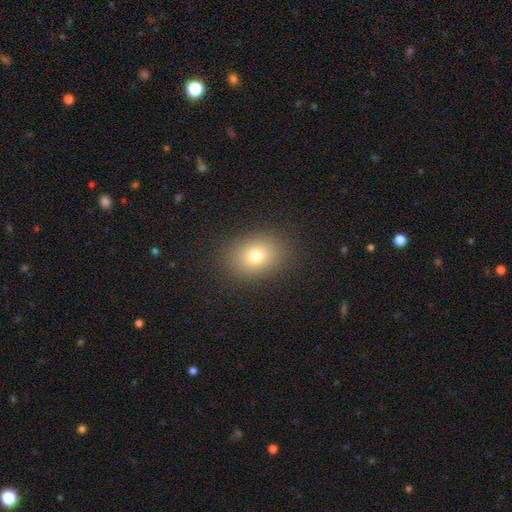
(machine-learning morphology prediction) type=smooth (76%); roundness=in between (59%); merging=none (87%).